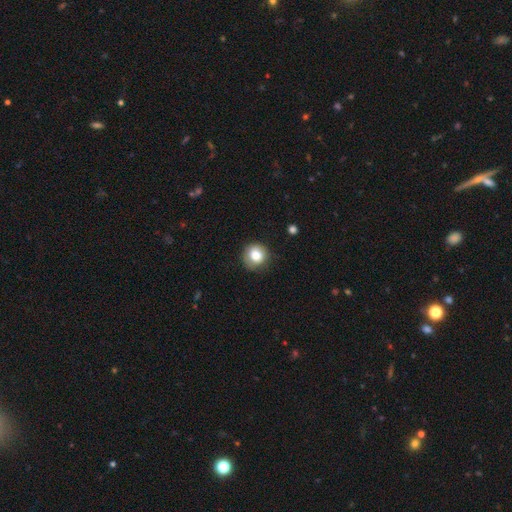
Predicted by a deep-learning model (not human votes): Morphology: type=smooth (82%); roundness=round (89%); merging=none (78%).